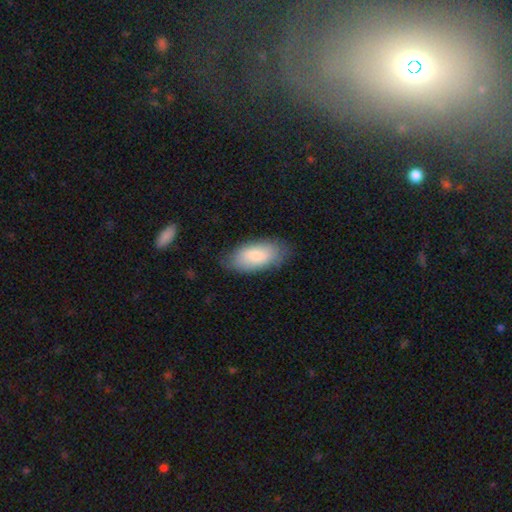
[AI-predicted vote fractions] smooth-or-featured: smooth: 80% | featured or disk: 13% | star or artifact: 6%
  how-rounded: in between: 92% | cigar-shaped: 5% | round: 3%
  merging: none: 78% | minor disturbance: 17% | major disturbance: 4% | merger: 1%